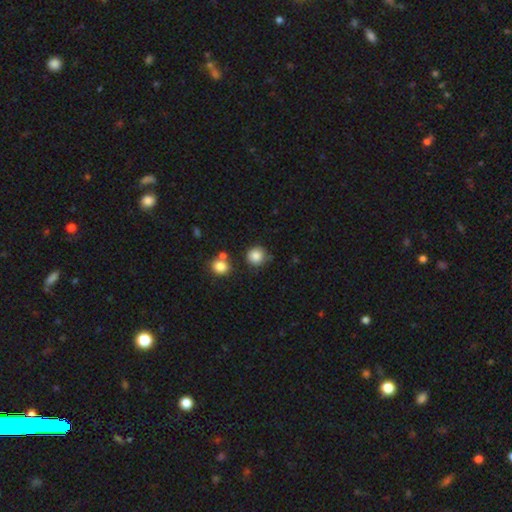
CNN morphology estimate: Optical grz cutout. It shows a smooth galaxy with no disk features (85%) that is round (91%). Merging: none (74%).